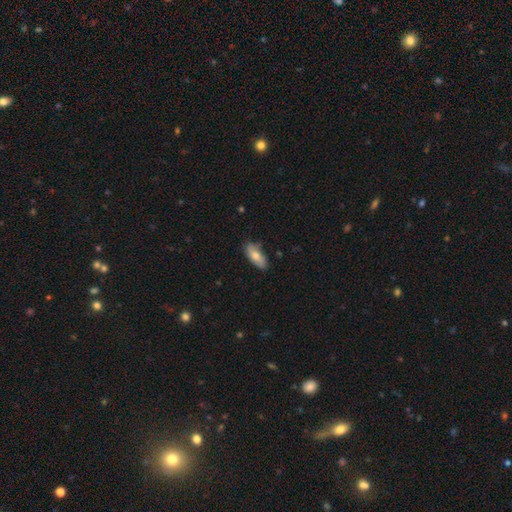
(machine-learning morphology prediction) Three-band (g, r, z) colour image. It shows a smooth galaxy with no disk features (74%) that is in between round and cigar-shaped (81%). Merging: none (73%).